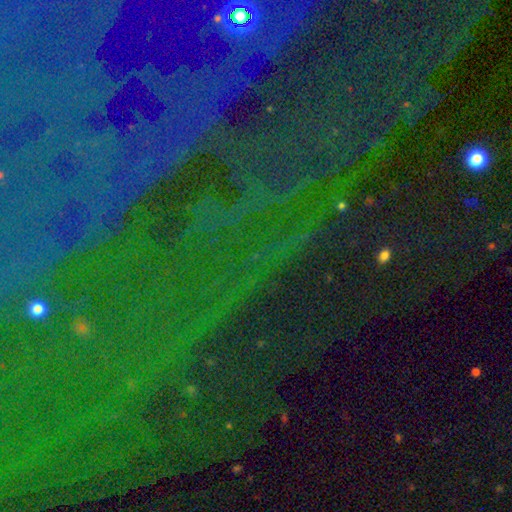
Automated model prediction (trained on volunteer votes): Overall: star or artifact (80%).